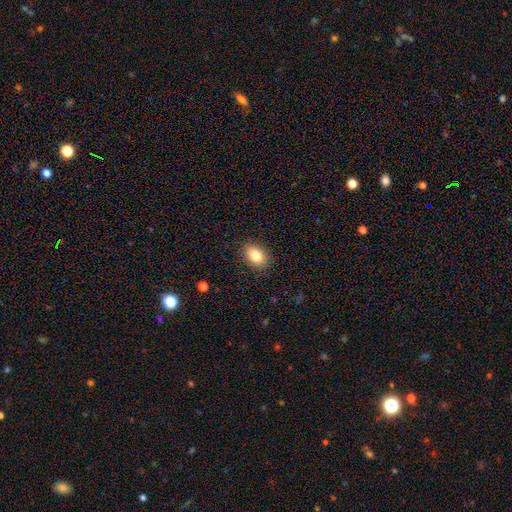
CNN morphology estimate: Smooth or featured?
  - smooth: 83% *
  - star or artifact: 9%
  - featured or disk: 8%
How rounded?
  - in between: 77% *
  - round: 22%
  - cigar-shaped: 1%
Merging?
  - none: 89% *
  - minor disturbance: 8%
  - major disturbance: 2%
  - merger: 1%